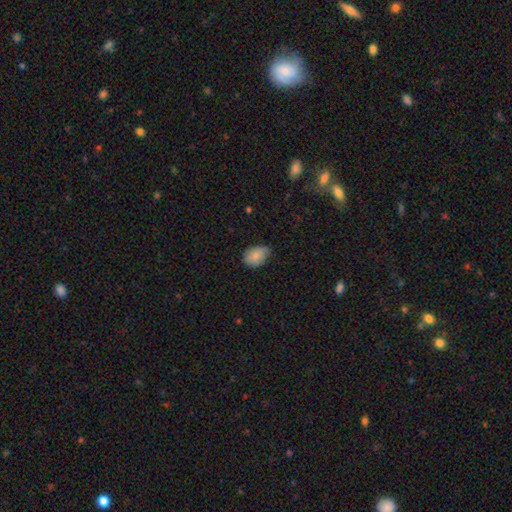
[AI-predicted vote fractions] Q: Smooth or featured?
A: smooth (85%); runner-up: featured or disk (8%)
Q: How rounded?
A: in between (77%); runner-up: round (22%)
Q: Merging?
A: none (63%); runner-up: minor disturbance (32%)